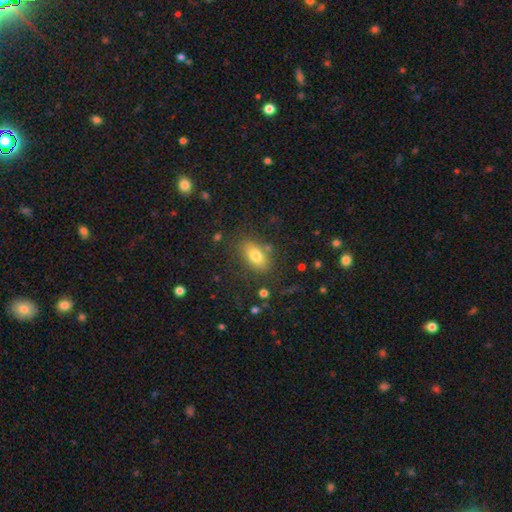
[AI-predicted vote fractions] This appears to be a smooth galaxy with no disk features (76%) that is in between round and cigar-shaped (87%). Merging: none (79%).